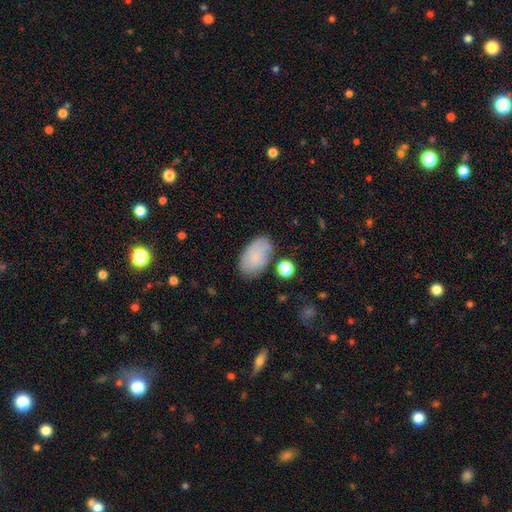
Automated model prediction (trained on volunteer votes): Smooth or featured? Predicted: smooth (p=0.75). How rounded? Predicted: in between (p=0.93). Merging? Predicted: none (p=0.72).